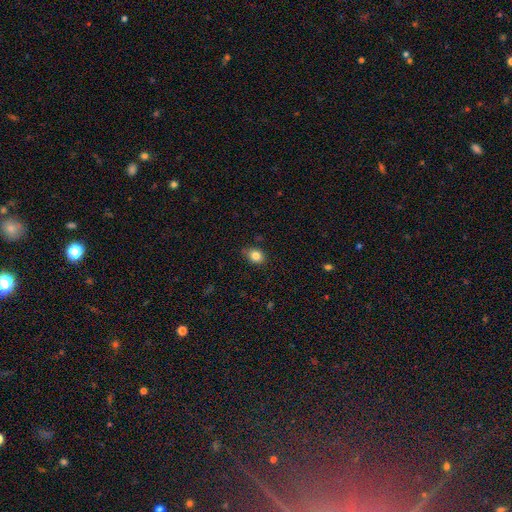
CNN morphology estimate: A smooth galaxy with no disk features (84%) that is in between round and cigar-shaped (53%).

Vote fractions:
- Smooth or featured? smooth: 84% / star or artifact: 10% / featured or disk: 6%
- How rounded? in between: 53% / round: 46% / cigar-shaped: 1%
- Merging? none: 78% / minor disturbance: 17% / major disturbance: 3% / merger: 2%